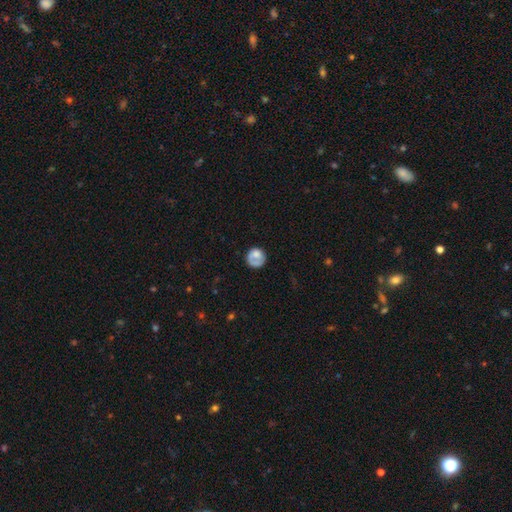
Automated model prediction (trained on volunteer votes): A smooth galaxy with no disk features (66%) that is round (82%). Merging: none (54%).